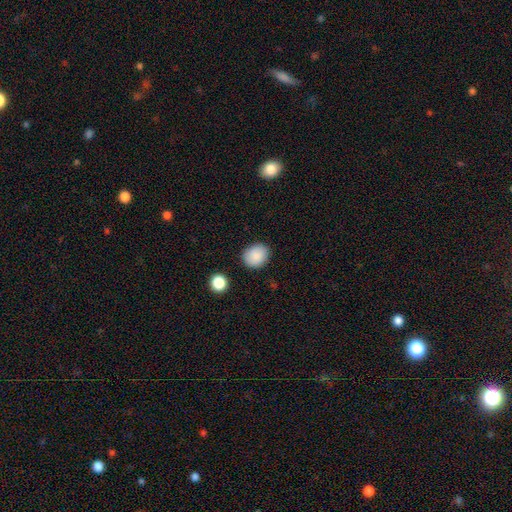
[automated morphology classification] A smooth galaxy with no disk features (88%) that is round (59%).

Vote fractions:
- Smooth or featured? smooth: 88% / star or artifact: 8% / featured or disk: 4%
- How rounded? round: 59% / in between: 40% / cigar-shaped: 1%
- Merging? none: 86% / minor disturbance: 10% / major disturbance: 2% / merger: 2%